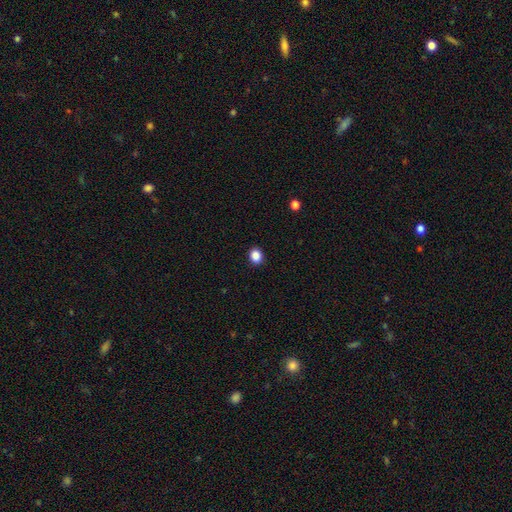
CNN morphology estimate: This appears to be a smooth galaxy with no disk features (87%) that is round (57%). Merging: none (92%).